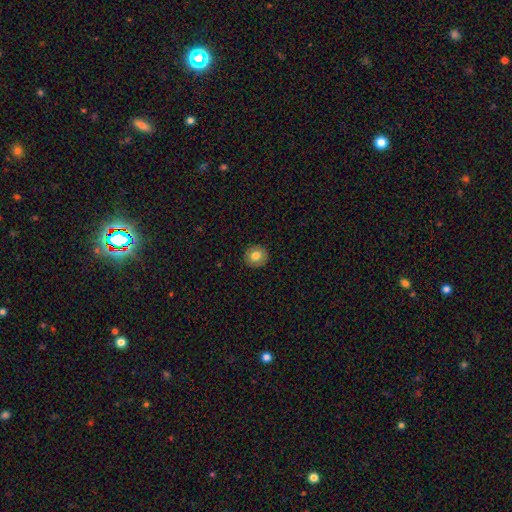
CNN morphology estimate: This is likely a smooth galaxy (79%). How rounded: clearly round (86%). Merging: clearly none (91%).